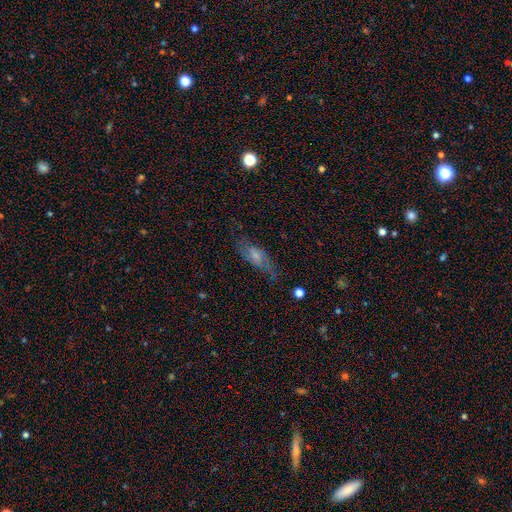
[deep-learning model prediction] This appears to be a featured or disk galaxy (50%). Merging: none (62%).